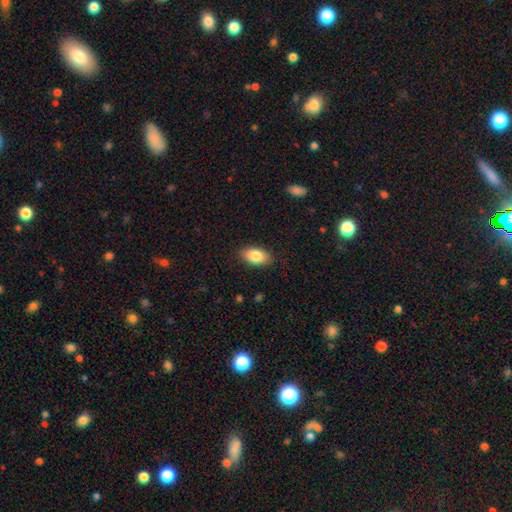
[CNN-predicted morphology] smooth-or-featured: smooth: 84% | featured or disk: 9% | star or artifact: 7%
  how-rounded: in between: 92% | round: 6% | cigar-shaped: 2%
  merging: none: 88% | minor disturbance: 9% | major disturbance: 2% | merger: 1%